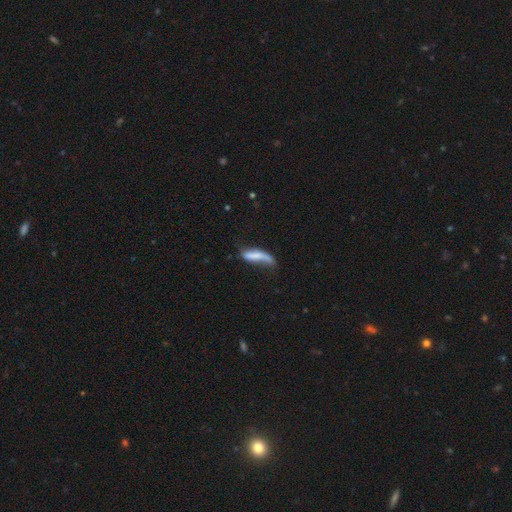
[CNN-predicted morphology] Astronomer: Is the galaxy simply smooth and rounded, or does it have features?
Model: smooth — 62%.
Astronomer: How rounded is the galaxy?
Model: cigar-shaped — 66%.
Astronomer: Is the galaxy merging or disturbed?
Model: none — 33% (runner-up: minor disturbance, 31%).